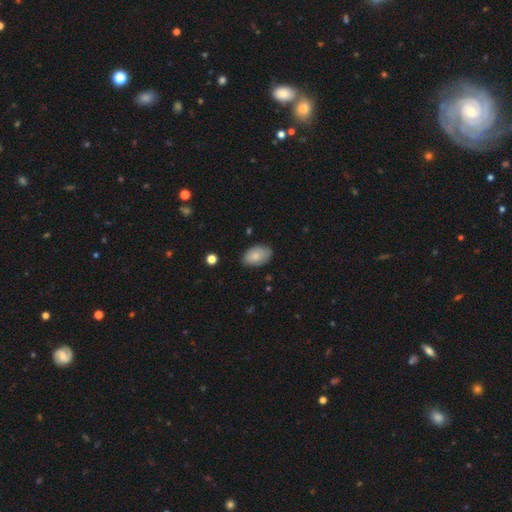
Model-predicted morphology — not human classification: Overall: smooth (80%). How rounded: in between (91%). Merging: none (75%).